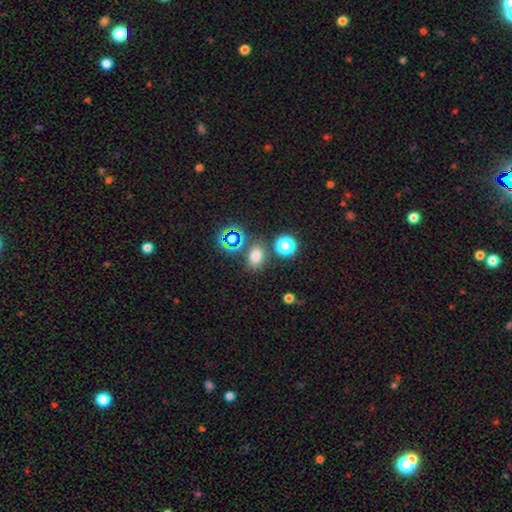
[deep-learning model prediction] Q: Smooth or featured?
A: smooth (71%); runner-up: star or artifact (23%)
Q: How rounded?
A: in between (62%); runner-up: round (36%)
Q: Merging?
A: none (76%); runner-up: minor disturbance (10%)